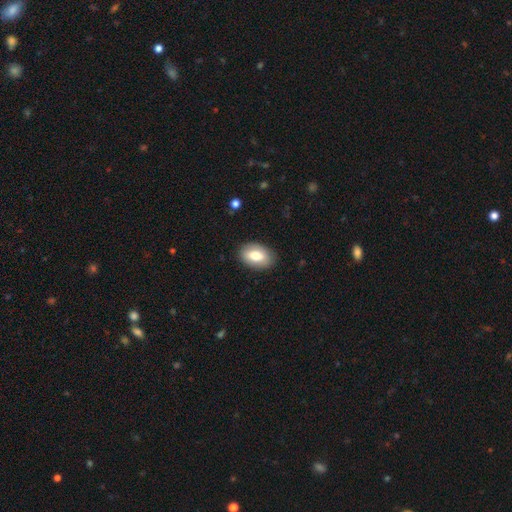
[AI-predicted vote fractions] A smooth galaxy with no disk features (78%) that is in between round and cigar-shaped (91%). Merging: none (87%).